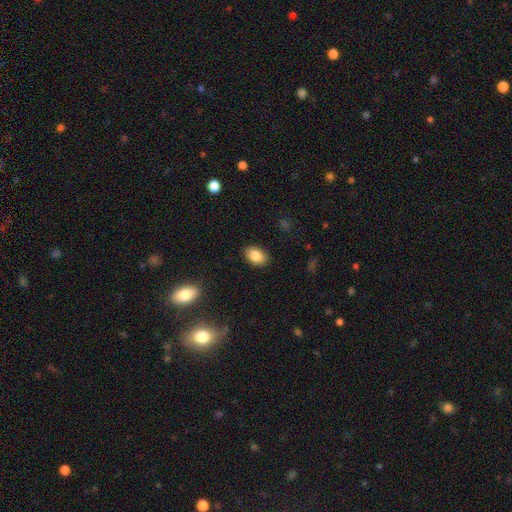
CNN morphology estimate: The model was most divided on "how rounded": in between: 84%, round: 14%, cigar-shaped: 1%. More confident: merging — none (87%); smooth or featured — smooth (85%).